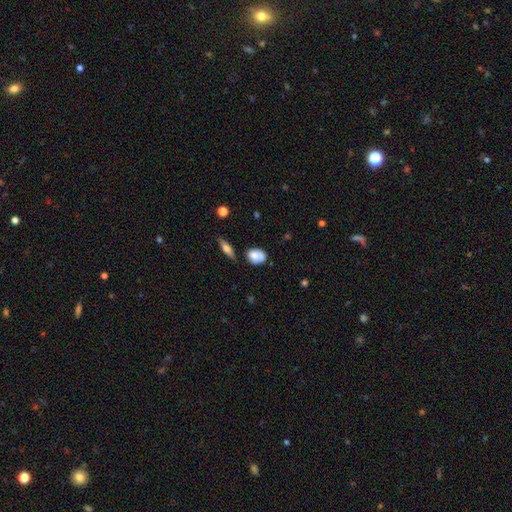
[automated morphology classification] Smooth or featured: smooth — 74% (featured or disk — 18%)
How rounded: in between — 60% (round — 38%)
Merging: none — 58% (minor disturbance — 28%)